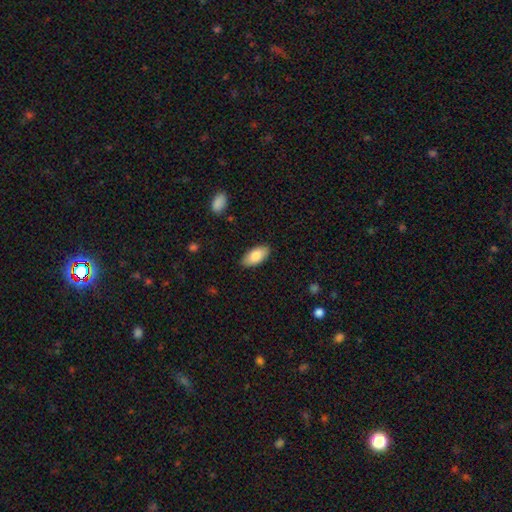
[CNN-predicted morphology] Smooth or featured?
  - smooth: 83% *
  - featured or disk: 11%
  - star or artifact: 6%
How rounded?
  - in between: 93% *
  - cigar-shaped: 5%
  - round: 2%
Merging?
  - none: 87% *
  - minor disturbance: 10%
  - major disturbance: 2%
  - merger: 1%